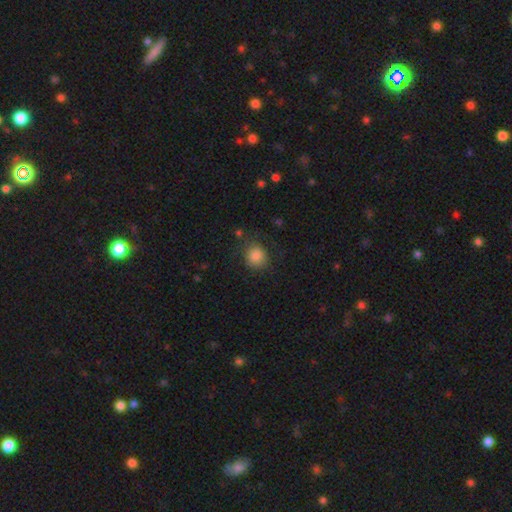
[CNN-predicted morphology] Smooth or featured: smooth — 86% (star or artifact — 9%)
How rounded: round — 79% (in between — 20%)
Merging: none — 74% (minor disturbance — 17%)